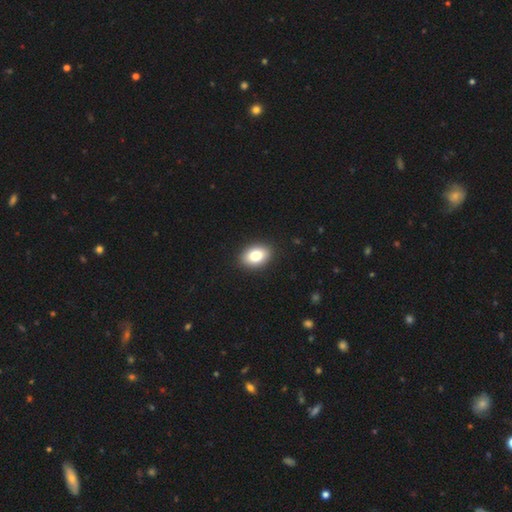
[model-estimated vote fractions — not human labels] A smooth galaxy with no disk features (82%) that is in between round and cigar-shaped (82%). Merging: none (91%).